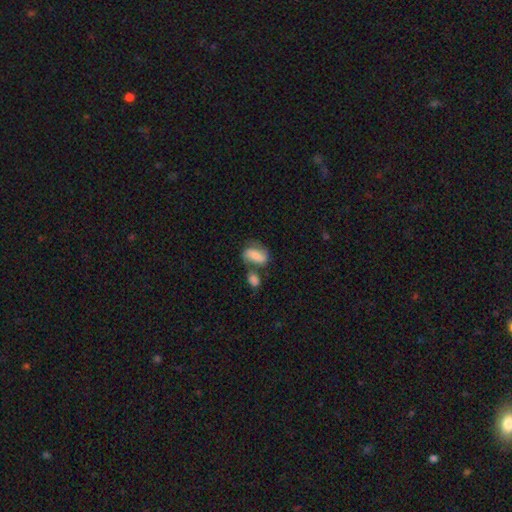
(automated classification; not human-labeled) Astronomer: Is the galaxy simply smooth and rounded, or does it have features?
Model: smooth — 61%.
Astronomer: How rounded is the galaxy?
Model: in between — 85%.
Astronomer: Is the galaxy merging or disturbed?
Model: none — 37% (runner-up: merger, 34%).